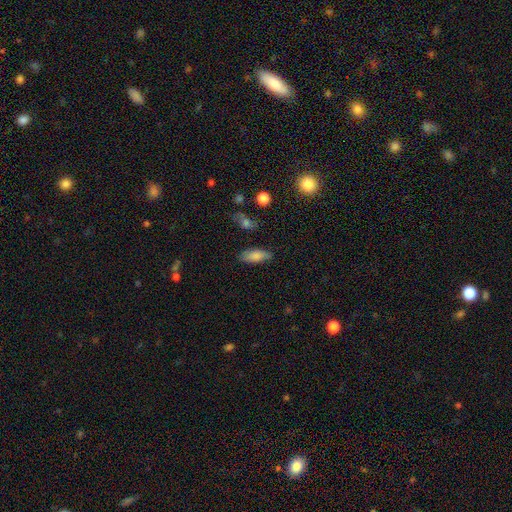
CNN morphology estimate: smooth-or-featured: smooth: 83% | featured or disk: 10% | star or artifact: 8%
  how-rounded: in between: 79% | cigar-shaped: 19% | round: 2%
  merging: none: 78% | minor disturbance: 16% | major disturbance: 4% | merger: 2%